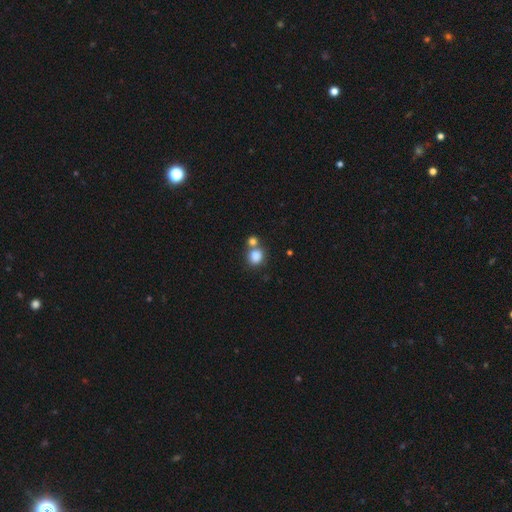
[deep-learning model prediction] The model was most divided on "merging": none: 47%, merger: 39%, minor disturbance: 9%, major disturbance: 4%. More confident: smooth or featured — smooth (83%); how rounded — round (72%).